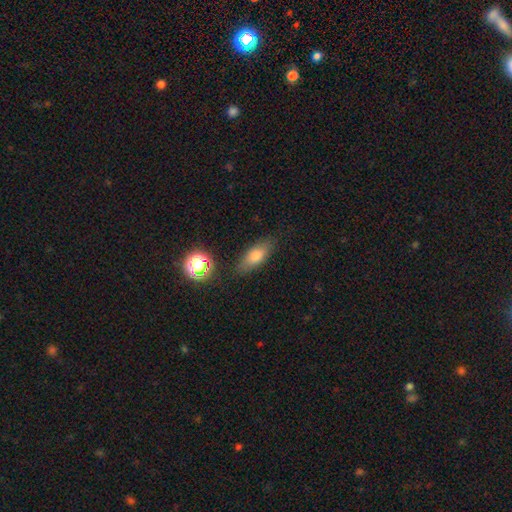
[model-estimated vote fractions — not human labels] Smooth or featured: smooth — 73% (featured or disk — 16%)
How rounded: in between — 72% (cigar-shaped — 21%)
Merging: none — 80% (minor disturbance — 14%)